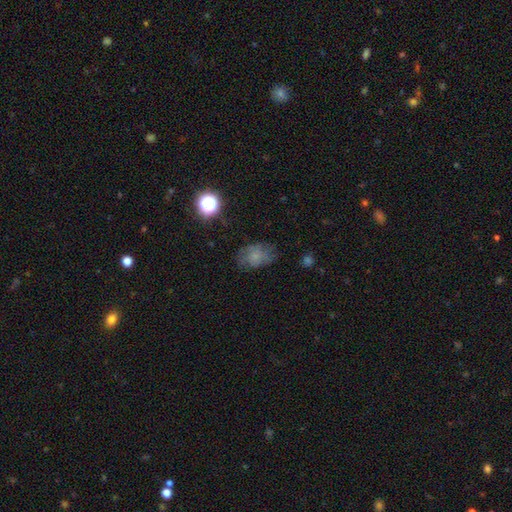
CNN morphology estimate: smooth-or-featured: smooth: 63% | featured or disk: 22% | star or artifact: 15%
  how-rounded: in between: 75% | round: 24% | cigar-shaped: 1%
  merging: none: 59% | minor disturbance: 25% | major disturbance: 14% | merger: 2%